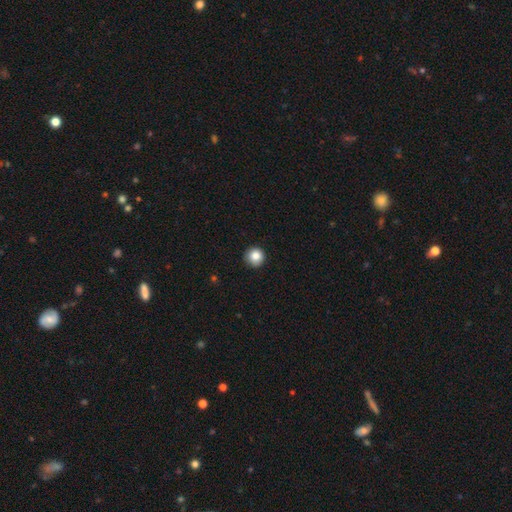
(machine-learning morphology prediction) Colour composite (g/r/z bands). It shows a smooth galaxy with no disk features (85%) that is round (96%). Merging: none (91%).